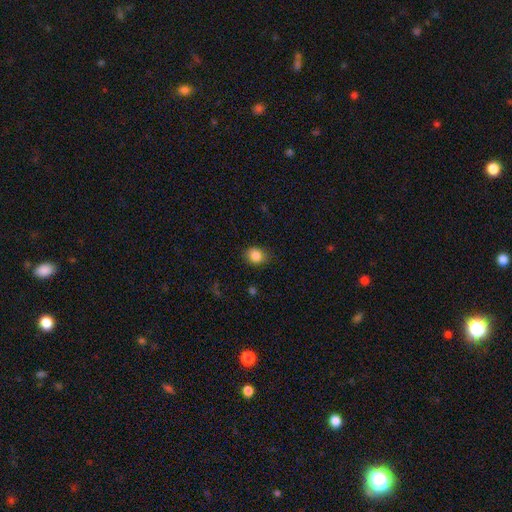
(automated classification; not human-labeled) Q: Smooth or featured?
A: smooth (85%); runner-up: star or artifact (10%)
Q: How rounded?
A: round (65%); runner-up: in between (34%)
Q: Merging?
A: none (80%); runner-up: minor disturbance (15%)